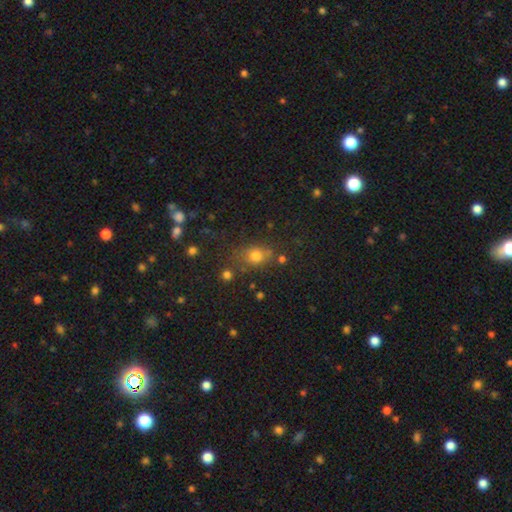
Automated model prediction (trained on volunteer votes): smooth 72%, star or artifact 18%, featured or disk 10%. Down the decision tree: how rounded — round (51%); merging — none (69%).